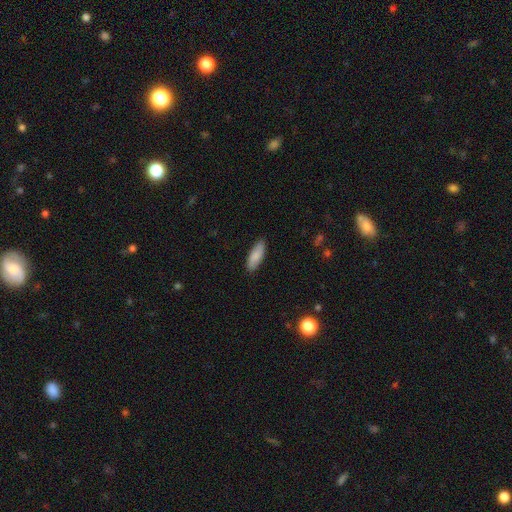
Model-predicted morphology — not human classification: Smooth or featured?
  - smooth: 83% *
  - featured or disk: 11%
  - star or artifact: 6%
How rounded?
  - in between: 64% *
  - cigar-shaped: 35%
  - round: 2%
Merging?
  - none: 86% *
  - minor disturbance: 11%
  - major disturbance: 2%
  - merger: 1%